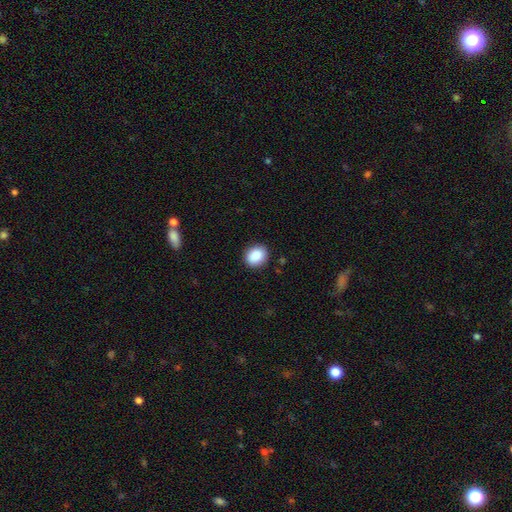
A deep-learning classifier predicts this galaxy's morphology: This is clearly a smooth galaxy (89%). How rounded: possibly round (53%). Merging: clearly none (89%).